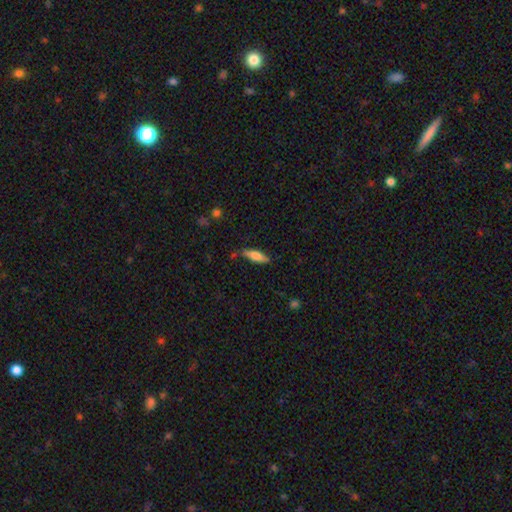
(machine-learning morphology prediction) Smooth or featured: smooth — 69% (featured or disk — 24%)
How rounded: cigar-shaped — 55% (in between — 43%)
Merging: none — 75% (minor disturbance — 18%)